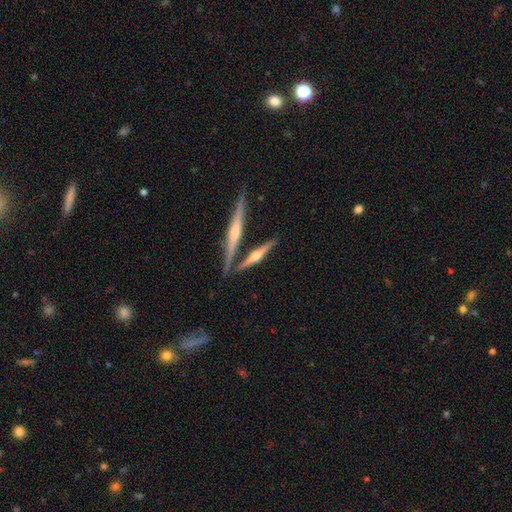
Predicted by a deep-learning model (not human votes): featured or disk 74%, smooth 20%, star or artifact 6%. Down the decision tree: edge-on disk — yes (96%); edge-on bulge — rounded (91%); merging — none (74%).